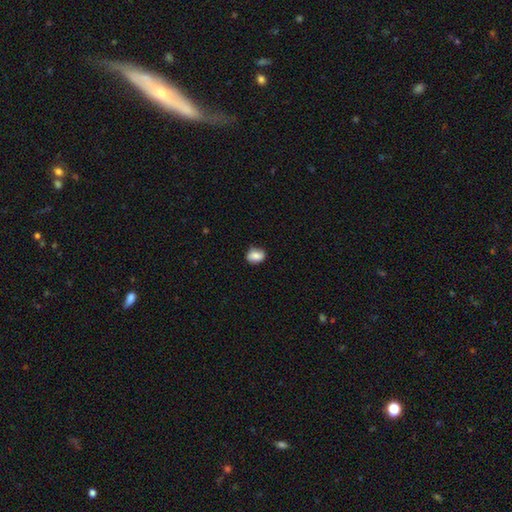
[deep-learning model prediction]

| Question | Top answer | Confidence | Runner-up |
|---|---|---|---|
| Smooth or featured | smooth | 80% | featured or disk (12%) |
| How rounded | in between | 54% | round (44%) |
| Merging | none | 80% | minor disturbance (16%) |